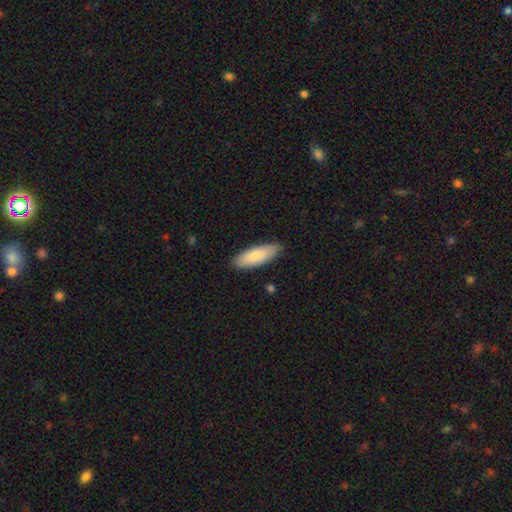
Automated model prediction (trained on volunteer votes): A smooth galaxy with no disk features (84%) that is in between round and cigar-shaped (62%). Merging: none (87%).